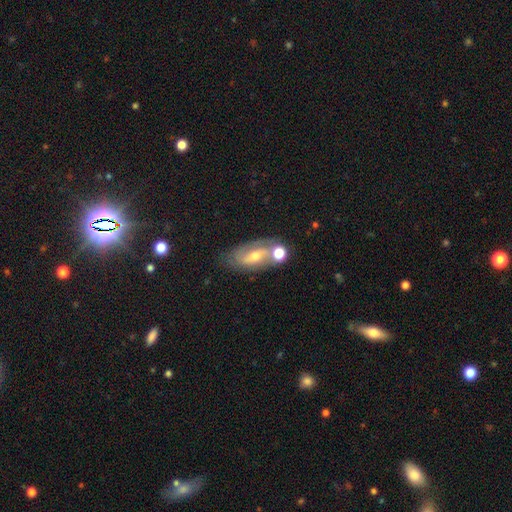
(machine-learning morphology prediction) type=featured or disk (59%); edge-on=no (90%); bar=weak (42%); spiral arms=yes (75%); bulge=moderate (57%); merging=none (52%).